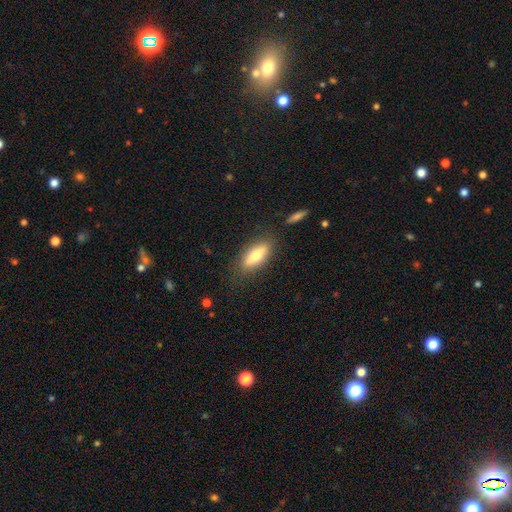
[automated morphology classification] A smooth galaxy with no disk features (68%) that is in between round and cigar-shaped (69%). Merging: none (81%).